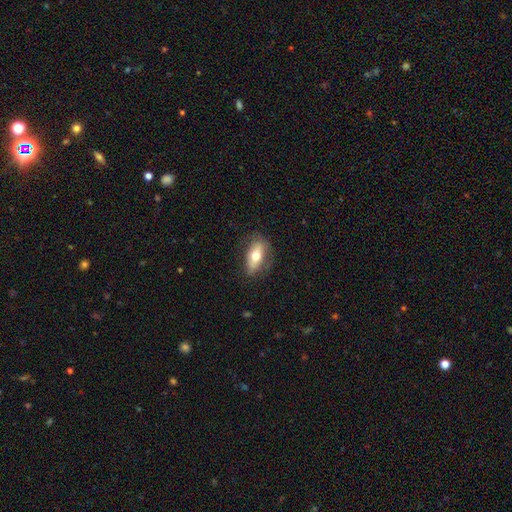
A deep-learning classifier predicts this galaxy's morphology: Smooth or featured: smooth — 61% (featured or disk — 33%)
How rounded: in between — 81% (cigar-shaped — 13%)
Merging: none — 75% (minor disturbance — 18%)